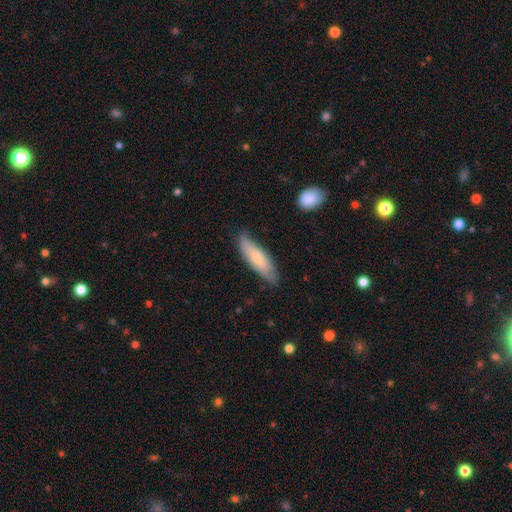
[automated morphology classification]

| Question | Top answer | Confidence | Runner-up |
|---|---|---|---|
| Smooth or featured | smooth | 71% | featured or disk (23%) |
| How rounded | cigar-shaped | 56% | in between (42%) |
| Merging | none | 74% | minor disturbance (21%) |